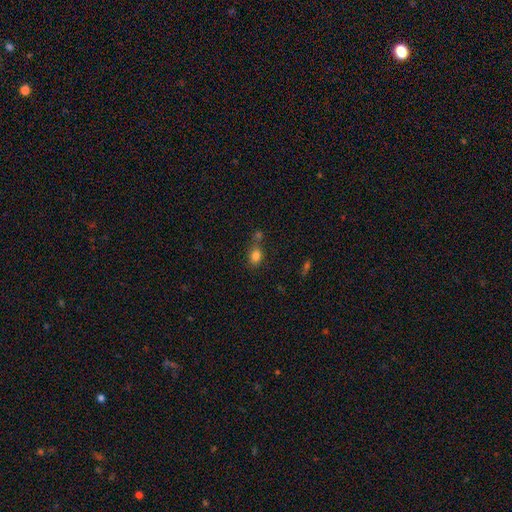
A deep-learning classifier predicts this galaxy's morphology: Smooth or featured: smooth — 82% (star or artifact — 12%)
How rounded: in between — 63% (round — 35%)
Merging: none — 52% (merger — 27%)